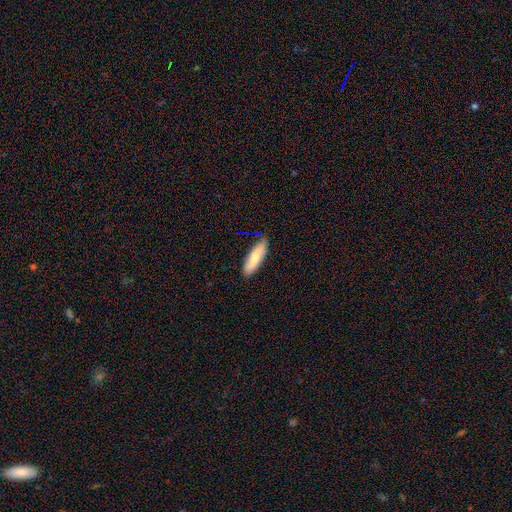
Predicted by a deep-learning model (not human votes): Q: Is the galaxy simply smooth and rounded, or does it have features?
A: smooth — 77%.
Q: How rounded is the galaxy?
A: cigar-shaped — 60%.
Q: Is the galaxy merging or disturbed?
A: none — 83%.